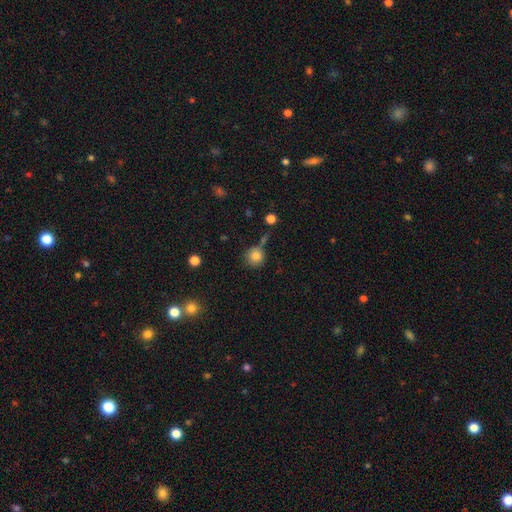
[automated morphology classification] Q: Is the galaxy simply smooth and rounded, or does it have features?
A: smooth — 83%.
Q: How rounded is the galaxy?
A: round — 92%.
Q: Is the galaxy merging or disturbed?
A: none — 68%.